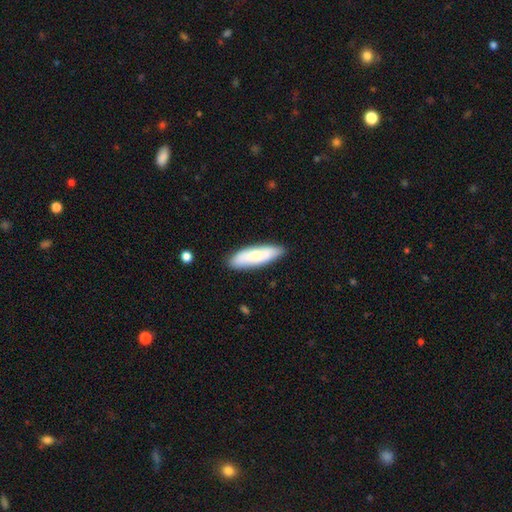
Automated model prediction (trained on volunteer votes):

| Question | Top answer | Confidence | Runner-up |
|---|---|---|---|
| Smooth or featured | smooth | 68% | featured or disk (26%) |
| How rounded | cigar-shaped | 50% | in between (48%) |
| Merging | none | 86% | minor disturbance (11%) |